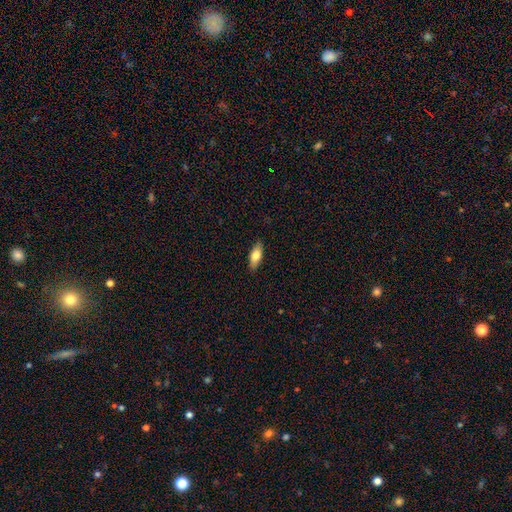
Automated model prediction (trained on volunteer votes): This is likely a smooth galaxy (76%). How rounded: likely in between (76%). Merging: clearly none (87%).